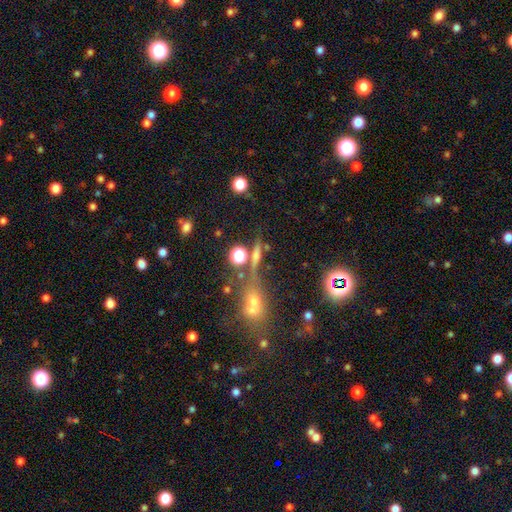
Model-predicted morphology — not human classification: Smooth or featured: smooth — 40% (featured or disk — 36%)
Merging: none — 64% (merger — 16%)